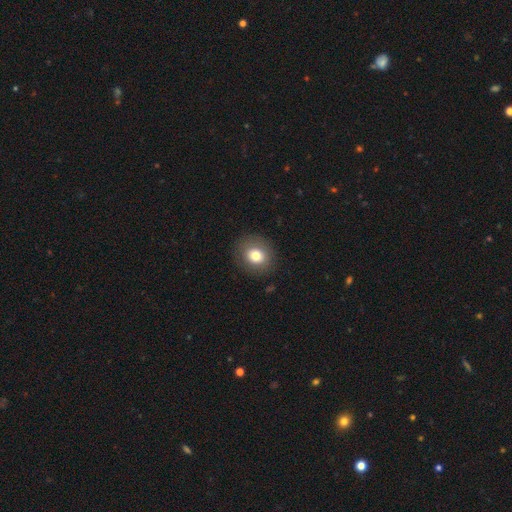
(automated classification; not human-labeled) smooth_or_featured: smooth (p=0.77) [alt: featured or disk p=0.13]
how_rounded: round (p=0.74) [alt: in between p=0.25]
merging: none (p=0.87) [alt: minor disturbance p=0.08]